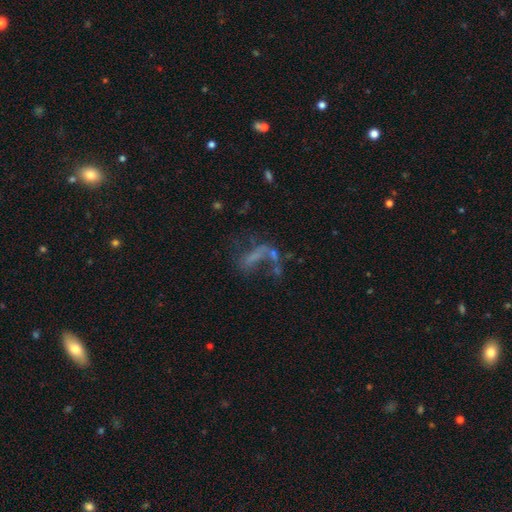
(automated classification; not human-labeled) Smooth or featured: featured or disk — 45% (smooth — 31%)
Merging: major disturbance — 36% (none — 30%)